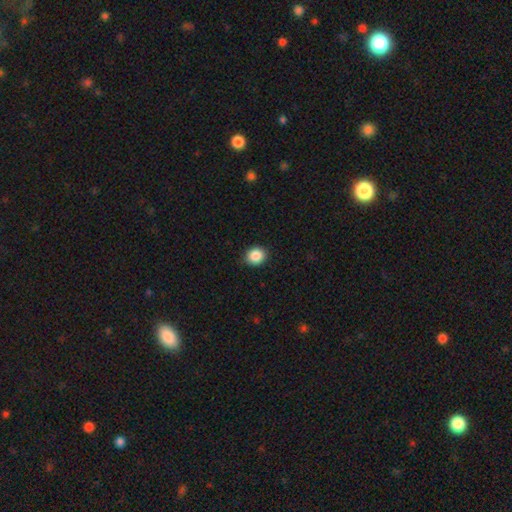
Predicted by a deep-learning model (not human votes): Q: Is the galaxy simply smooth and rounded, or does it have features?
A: smooth — 88%.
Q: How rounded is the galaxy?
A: round — 77%.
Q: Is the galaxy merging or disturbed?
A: none — 89%.